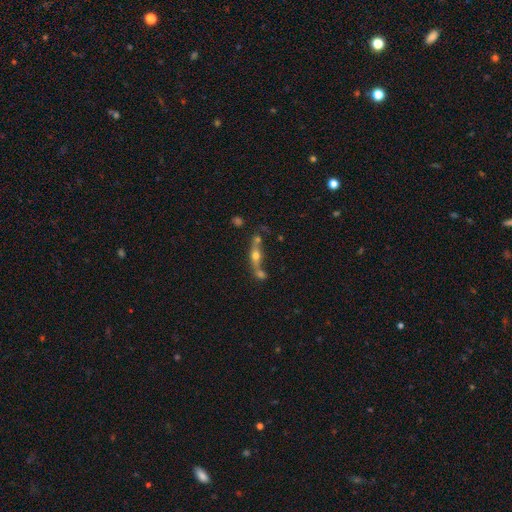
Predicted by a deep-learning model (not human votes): The model was most divided on "merging": none: 43%, merger: 38%, minor disturbance: 12%, major disturbance: 7%. Remaining: smooth or featured — featured or disk (49%).